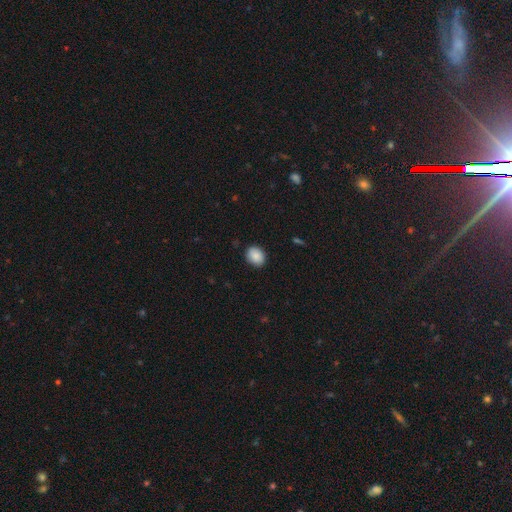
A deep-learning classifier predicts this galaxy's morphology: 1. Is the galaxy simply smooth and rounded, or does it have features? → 88% smooth, 8% star or artifact, 4% featured or disk.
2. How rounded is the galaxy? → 56% in between, 43% round, 1% cigar-shaped.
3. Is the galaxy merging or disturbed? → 88% none, 9% minor disturbance, 2% major disturbance, 1% merger.